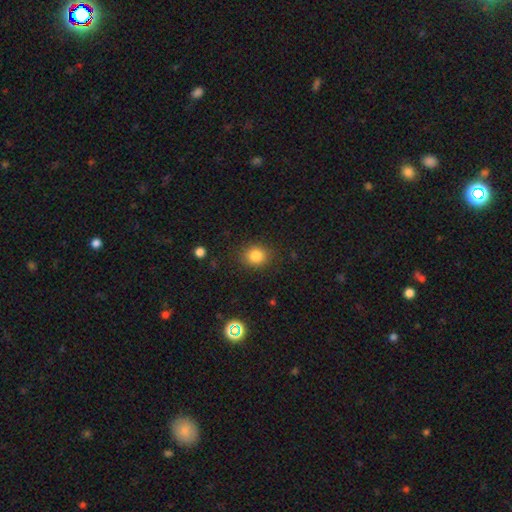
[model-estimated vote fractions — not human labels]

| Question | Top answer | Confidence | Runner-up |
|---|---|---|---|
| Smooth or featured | smooth | 83% | star or artifact (12%) |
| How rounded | round | 68% | in between (31%) |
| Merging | none | 85% | minor disturbance (10%) |